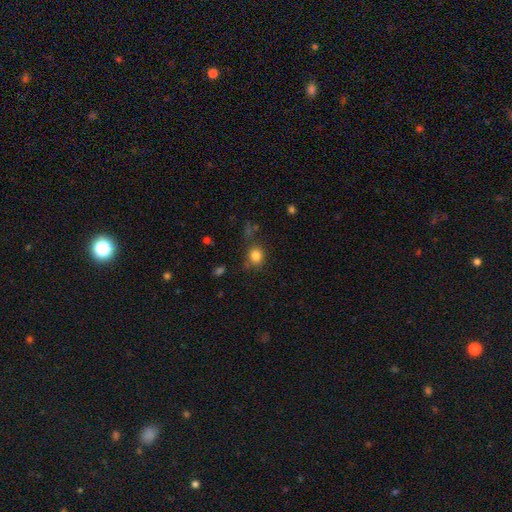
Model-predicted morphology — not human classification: Overall: smooth (82%). How rounded: round (77%). Merging: none (77%).